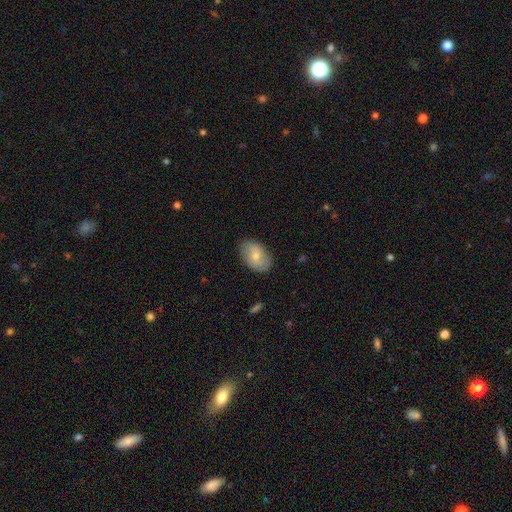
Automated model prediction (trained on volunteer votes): This is likely a smooth galaxy (66%). How rounded: clearly in between (88%). Merging: clearly none (82%).